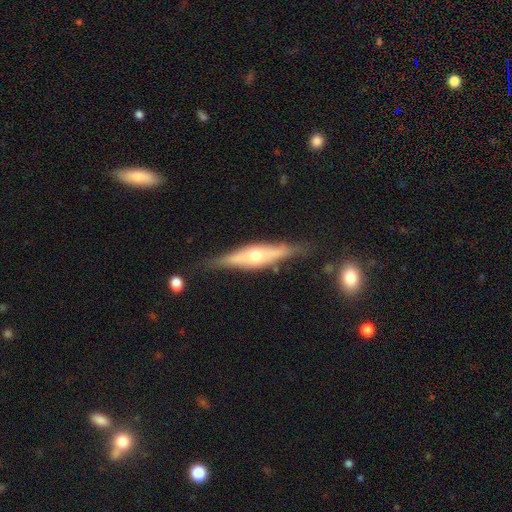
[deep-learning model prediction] smooth-or-featured: featured or disk: 71% | smooth: 22% | star or artifact: 6%
  disk-edge-on: yes: 93% | no: 7%
    edge-on-bulge: rounded: 83% | boxy: 13% | none: 4%
  merging: none: 79% | minor disturbance: 14% | major disturbance: 4% | merger: 2%